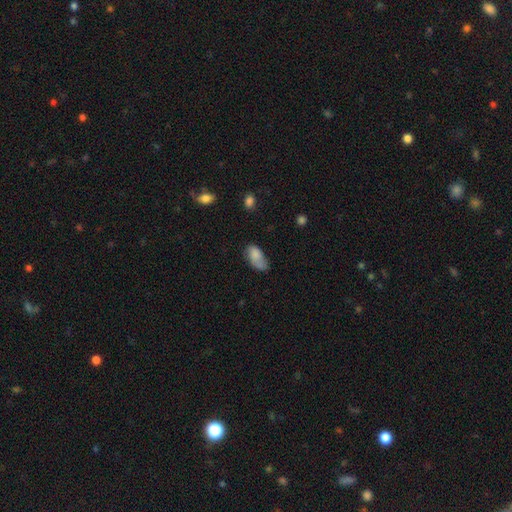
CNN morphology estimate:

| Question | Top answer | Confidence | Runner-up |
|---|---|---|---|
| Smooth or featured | smooth | 78% | featured or disk (14%) |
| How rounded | in between | 92% | round (4%) |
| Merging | none | 43% | minor disturbance (35%) |